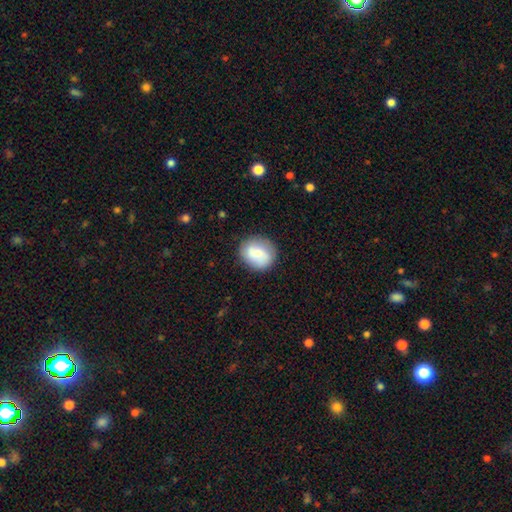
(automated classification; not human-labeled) smooth-or-featured: smooth: 67% | featured or disk: 26% | star or artifact: 7%
  how-rounded: round: 75% | in between: 24% | cigar-shaped: 1%
  merging: none: 82% | minor disturbance: 12% | major disturbance: 3% | merger: 2%